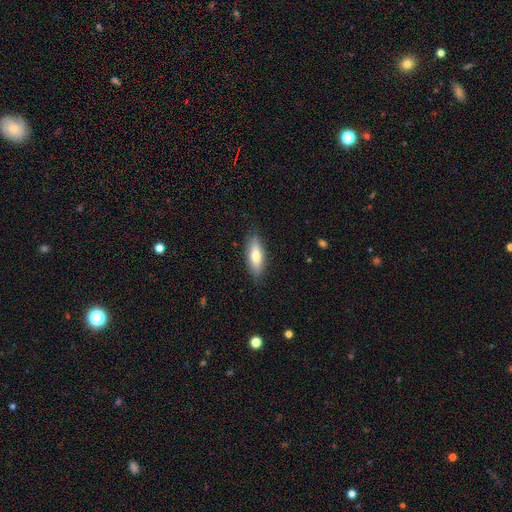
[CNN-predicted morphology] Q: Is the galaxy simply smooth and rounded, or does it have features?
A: smooth — 68%.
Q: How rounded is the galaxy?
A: in between — 63%.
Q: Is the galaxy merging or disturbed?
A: none — 85%.